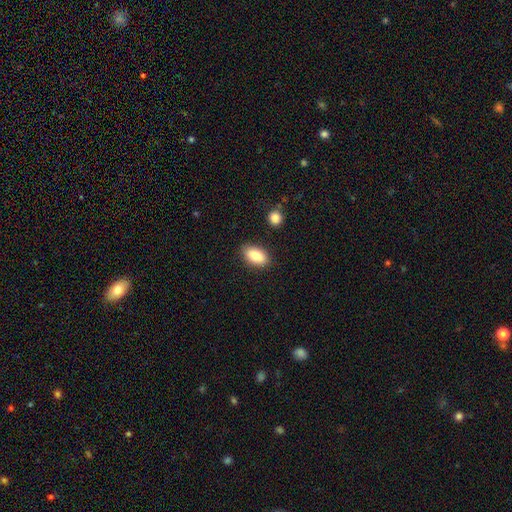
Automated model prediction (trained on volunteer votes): Smooth or featured? Predicted: smooth (p=0.84). How rounded? Predicted: in between (p=0.91). Merging? Predicted: none (p=0.85).